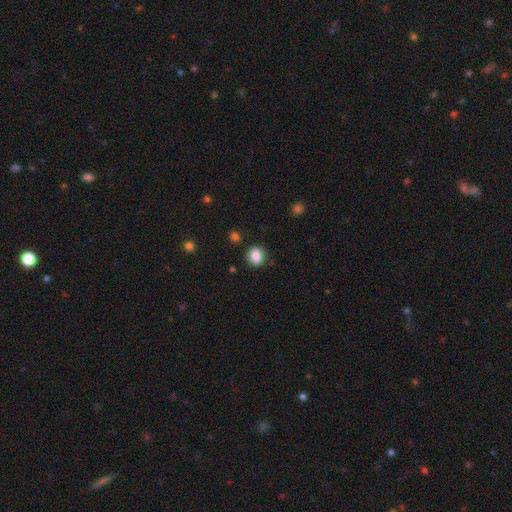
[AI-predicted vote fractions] A smooth galaxy with no disk features (86%) that is round (72%).

Vote fractions:
- Smooth or featured? smooth: 86% / star or artifact: 9% / featured or disk: 5%
- How rounded? round: 72% / in between: 27% / cigar-shaped: 1%
- Merging? none: 87% / minor disturbance: 9% / major disturbance: 3% / merger: 2%